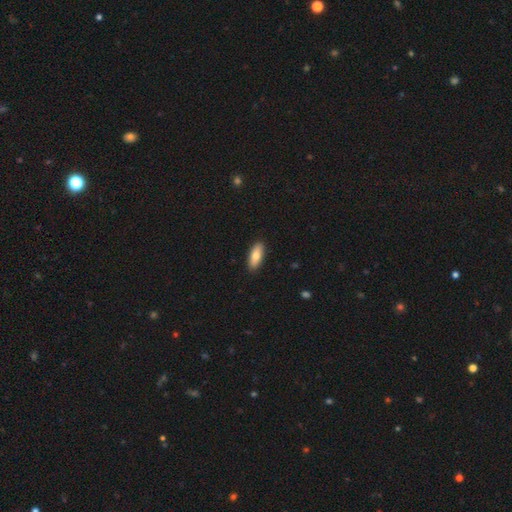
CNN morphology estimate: The model was most divided on "how rounded": in between: 74%, cigar-shaped: 24%, round: 2%. More confident: merging — none (90%); smooth or featured — smooth (77%).